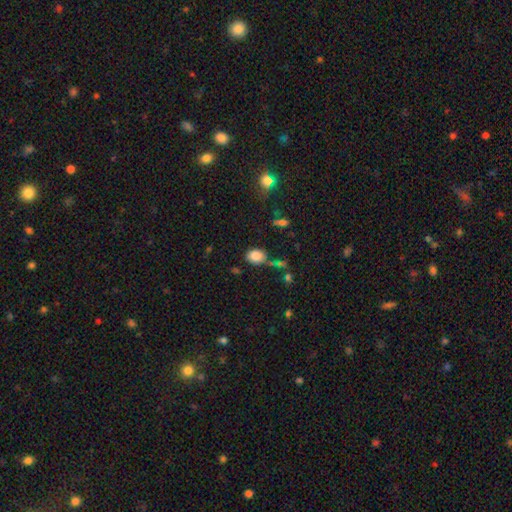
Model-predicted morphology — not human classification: Q: Smooth or featured?
A: smooth (84%); runner-up: star or artifact (10%)
Q: How rounded?
A: in between (65%); runner-up: round (34%)
Q: Merging?
A: none (68%); runner-up: minor disturbance (19%)